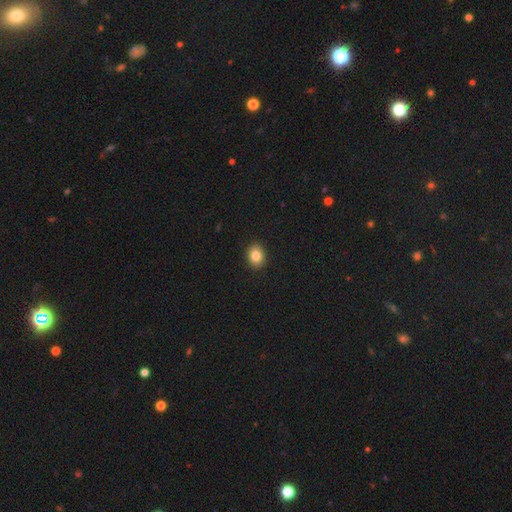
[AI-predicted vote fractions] Smooth or featured?
  - smooth: 85% *
  - star or artifact: 10%
  - featured or disk: 6%
How rounded?
  - in between: 51% *
  - round: 48%
  - cigar-shaped: 1%
Merging?
  - none: 91% *
  - minor disturbance: 7%
  - major disturbance: 2%
  - merger: 1%